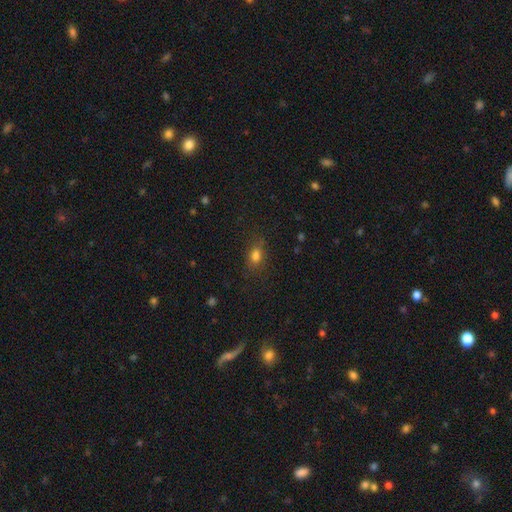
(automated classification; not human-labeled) smooth 77%, star or artifact 14%, featured or disk 8%. Down the decision tree: how rounded — in between (72%); merging — none (75%).